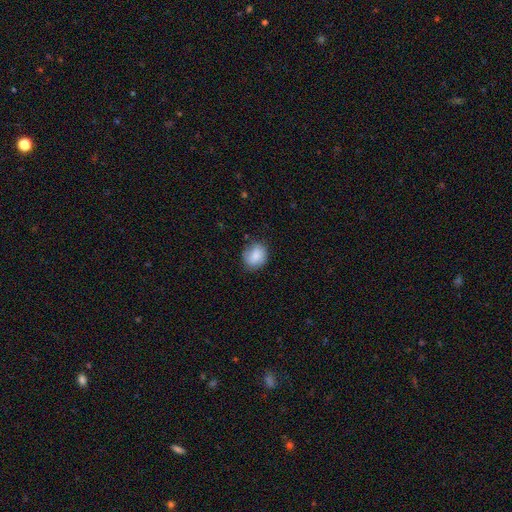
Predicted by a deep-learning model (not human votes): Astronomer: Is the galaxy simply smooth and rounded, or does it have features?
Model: smooth — 83%.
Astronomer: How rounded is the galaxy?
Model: round — 62%.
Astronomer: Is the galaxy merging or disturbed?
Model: none — 76%.